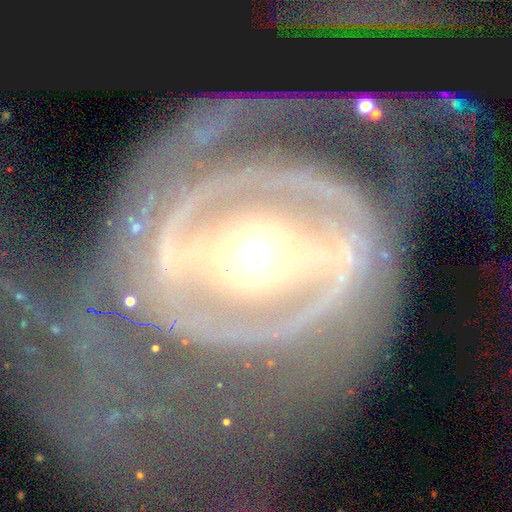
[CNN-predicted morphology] smooth_or_featured: featured or disk (p=0.88) [alt: smooth p=0.07]
disk_edge_on: no (p=0.95) [alt: yes p=0.05]
bar: strong (p=0.60) [alt: weak p=0.24]
has_spiral_arms: yes (p=0.82) [alt: no p=0.18]
spiral_winding: tight (p=0.51) [alt: medium p=0.34]
spiral_arm_count: 2 (p=0.70) [alt: can't tell p=0.12]
bulge_size: moderate (p=0.62) [alt: small p=0.23]
merging: none (p=0.70) [alt: minor disturbance p=0.14]